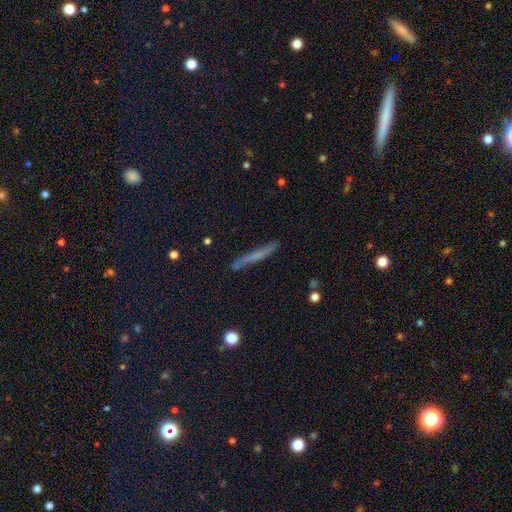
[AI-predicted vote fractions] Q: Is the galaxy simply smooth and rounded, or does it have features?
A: smooth — 49%.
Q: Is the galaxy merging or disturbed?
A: none — 78%.